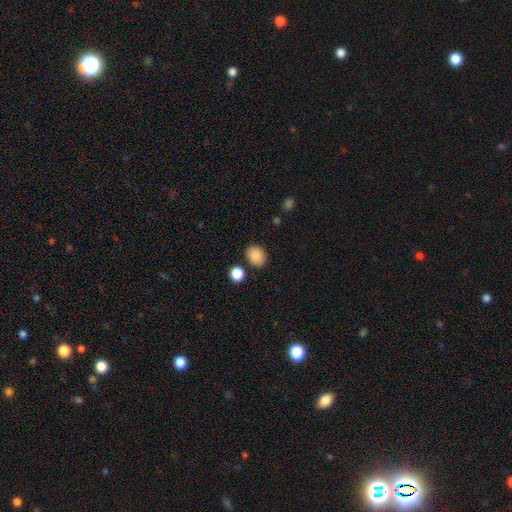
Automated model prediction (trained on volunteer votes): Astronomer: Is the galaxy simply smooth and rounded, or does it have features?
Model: smooth — 87%.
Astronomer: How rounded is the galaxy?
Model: round — 50% (runner-up: in between, 49%).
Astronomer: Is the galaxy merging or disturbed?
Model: none — 82%.